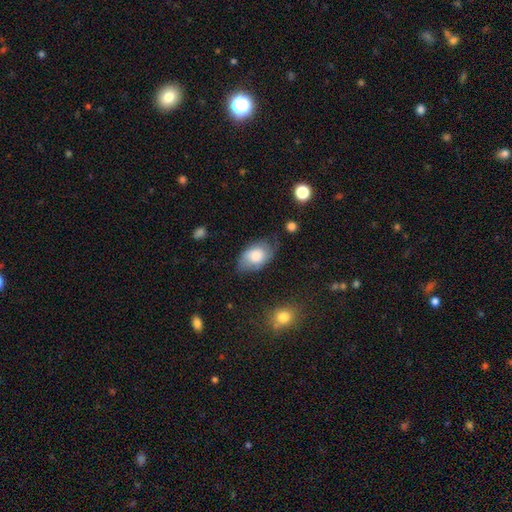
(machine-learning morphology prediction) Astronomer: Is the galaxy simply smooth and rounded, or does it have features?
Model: smooth — 68%.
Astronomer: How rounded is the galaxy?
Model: in between — 90%.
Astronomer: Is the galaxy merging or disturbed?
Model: none — 56%.